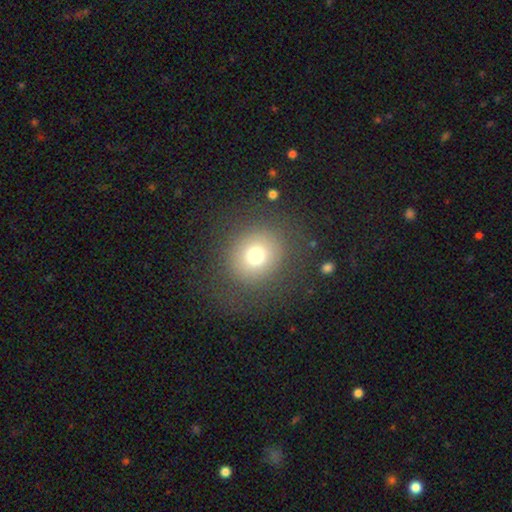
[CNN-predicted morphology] A smooth galaxy with no disk features (72%) that is round (87%). Merging: none (82%).